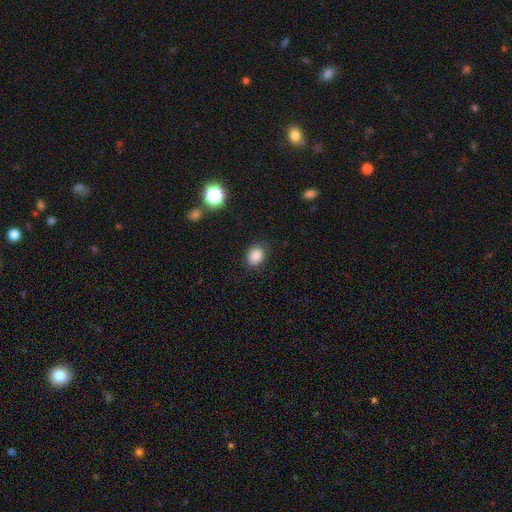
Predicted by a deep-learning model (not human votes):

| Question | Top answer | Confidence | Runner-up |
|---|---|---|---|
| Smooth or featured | smooth | 85% | star or artifact (10%) |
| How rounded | in between | 52% | round (47%) |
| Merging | none | 83% | minor disturbance (12%) |